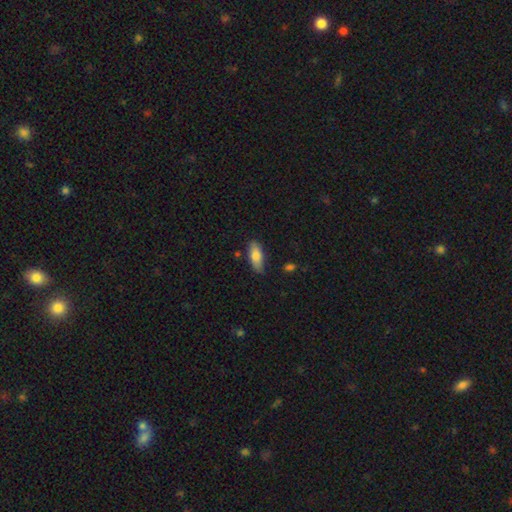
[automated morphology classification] Smooth or featured? Predicted: smooth (p=0.81). How rounded? Predicted: in between (p=0.78). Merging? Predicted: none (p=0.78).